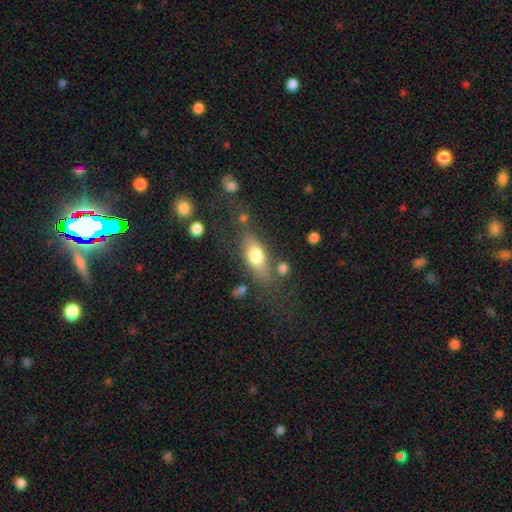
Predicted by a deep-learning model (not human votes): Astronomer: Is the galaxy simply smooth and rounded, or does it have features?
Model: smooth — 70%.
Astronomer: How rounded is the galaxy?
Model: in between — 75%.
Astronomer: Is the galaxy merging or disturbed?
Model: none — 66%.